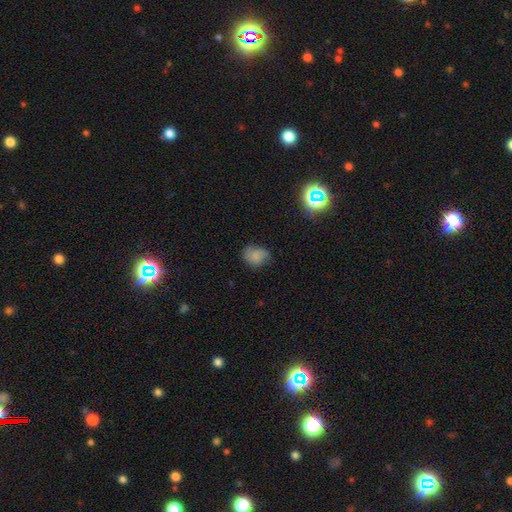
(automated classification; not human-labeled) smooth_or_featured: smooth (p=0.74) [alt: star or artifact p=0.13]
how_rounded: in between (p=0.59) [alt: round p=0.40]
merging: none (p=0.59) [alt: minor disturbance p=0.30]